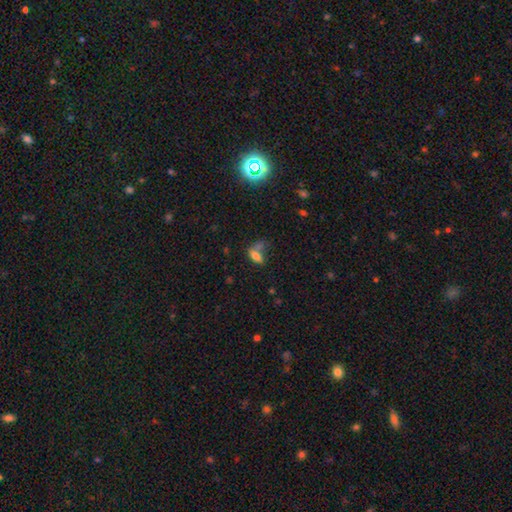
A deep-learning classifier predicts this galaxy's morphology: Smooth or featured: smooth — 70% (featured or disk — 15%)
How rounded: in between — 79% (cigar-shaped — 13%)
Merging: none — 33% (merger — 28%)